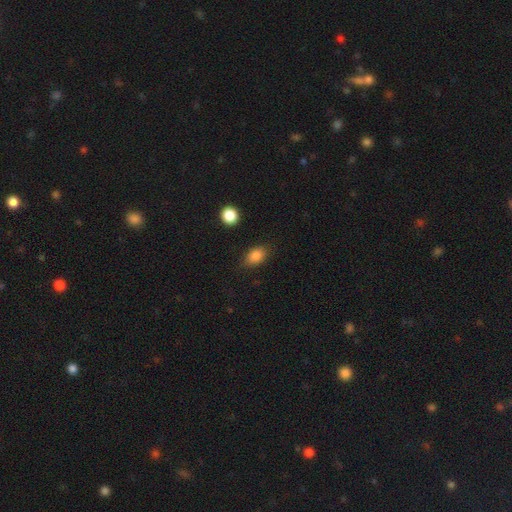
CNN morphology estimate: A smooth galaxy with no disk features (85%) that is in between round and cigar-shaped (83%). Merging: none (81%).